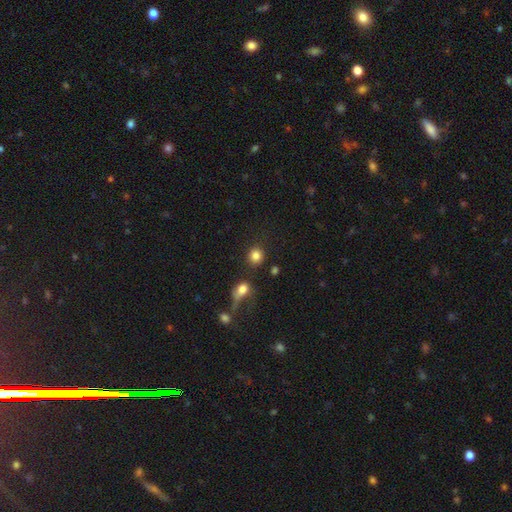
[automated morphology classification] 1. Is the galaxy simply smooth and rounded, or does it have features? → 83% smooth, 11% star or artifact, 6% featured or disk.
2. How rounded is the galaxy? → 87% round, 12% in between, 1% cigar-shaped.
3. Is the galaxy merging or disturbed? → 77% none, 9% merger, 8% minor disturbance, 5% major disturbance.